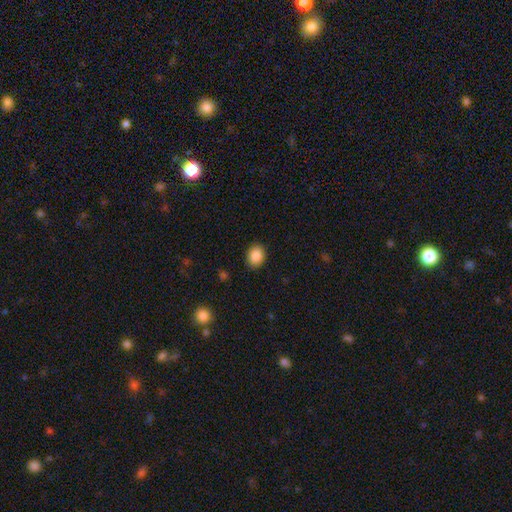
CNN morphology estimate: This appears to be a smooth galaxy with no disk features (88%) that is in between round and cigar-shaped (56%). Merging: none (88%).